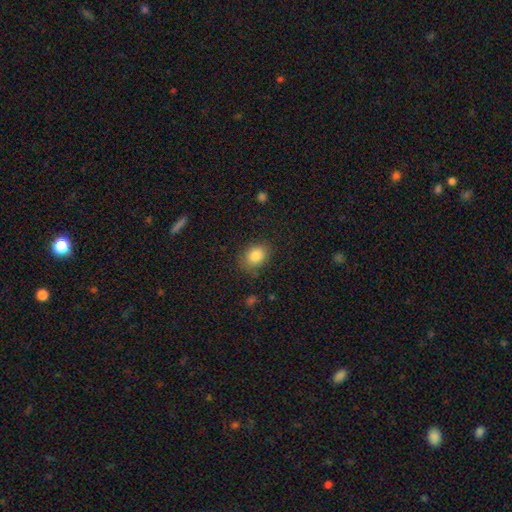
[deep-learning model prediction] A smooth galaxy with no disk features (85%) that is in between round and cigar-shaped (66%). Merging: none (81%).